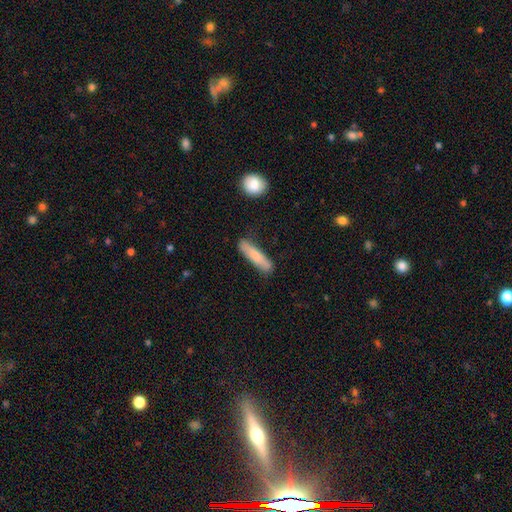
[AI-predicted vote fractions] A smooth galaxy with no disk features (79%) that is cigar-shaped (85%).

Vote fractions:
- Smooth or featured? smooth: 79% / featured or disk: 15% / star or artifact: 6%
- How rounded? cigar-shaped: 85% / in between: 13% / round: 2%
- Merging? none: 81% / minor disturbance: 14% / major disturbance: 3% / merger: 2%